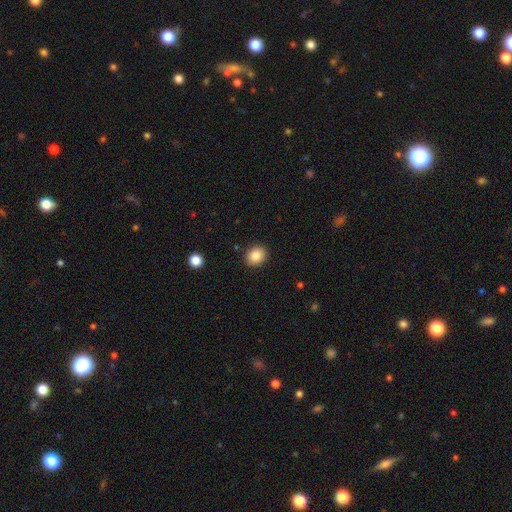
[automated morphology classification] Q: Smooth or featured?
A: smooth (84%); runner-up: star or artifact (9%)
Q: How rounded?
A: round (65%); runner-up: in between (34%)
Q: Merging?
A: none (90%); runner-up: minor disturbance (7%)